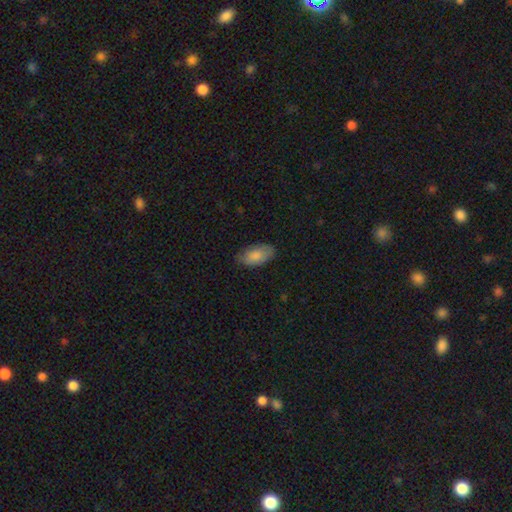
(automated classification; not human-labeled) smooth-or-featured: smooth: 84% | featured or disk: 10% | star or artifact: 6%
  how-rounded: in between: 94% | round: 3% | cigar-shaped: 3%
  merging: none: 79% | minor disturbance: 17% | major disturbance: 3% | merger: 1%